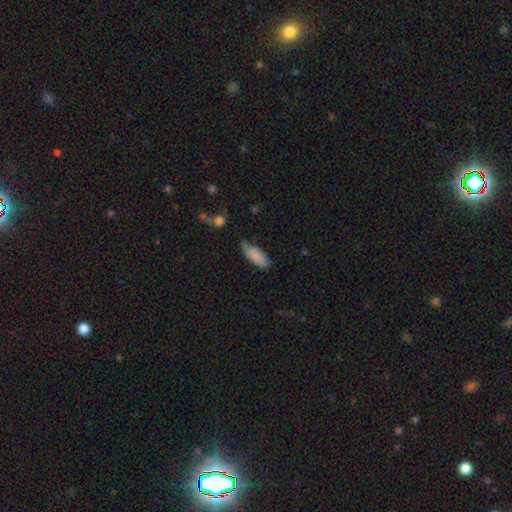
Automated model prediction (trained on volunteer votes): Overall: smooth (84%). How rounded: in between (61%; cigar-shaped 37%). Merging: none (52%; minor disturbance 36%).